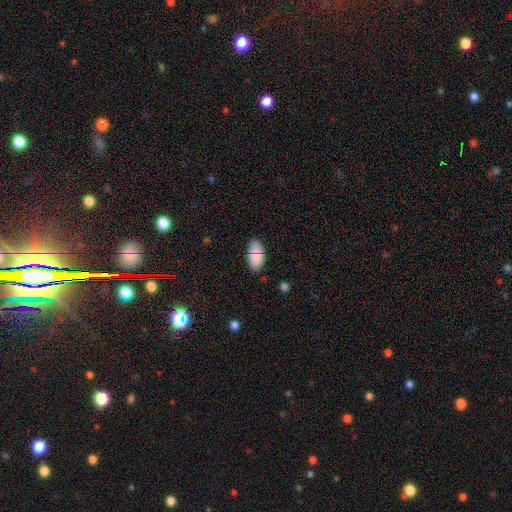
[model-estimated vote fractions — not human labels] A smooth galaxy with no disk features (82%) that is in between round and cigar-shaped (94%). Merging: none (76%).